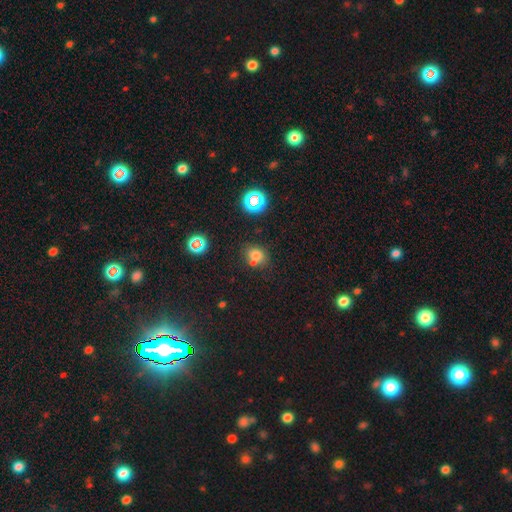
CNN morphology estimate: A smooth galaxy with no disk features (70%) that is round (62%). Merging: none (60%).